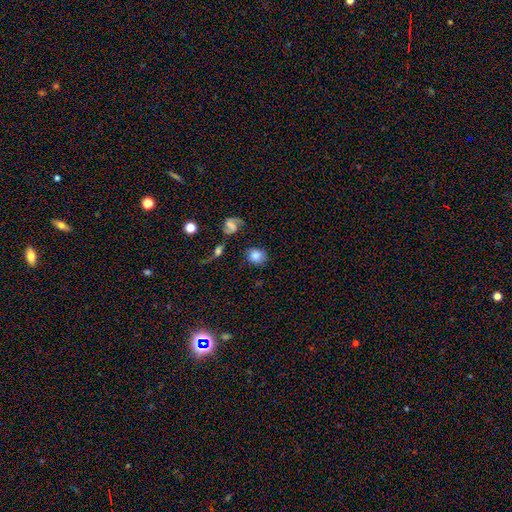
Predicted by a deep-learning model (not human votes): smooth 74%, featured or disk 16%, star or artifact 10%. Down the decision tree: how rounded — round (67%); merging — none (67%).